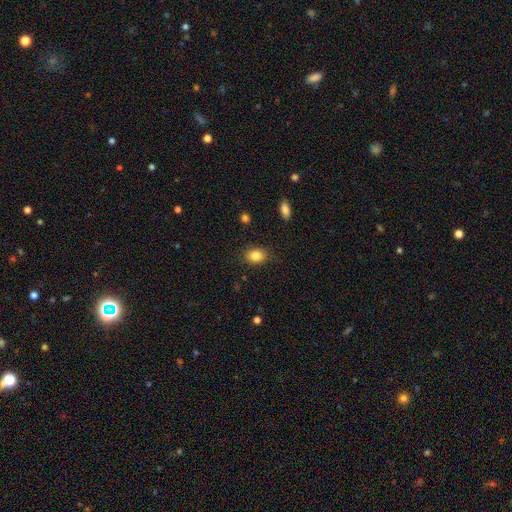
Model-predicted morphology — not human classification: This is clearly a smooth galaxy (85%). How rounded: likely in between (67%). Merging: clearly none (85%).